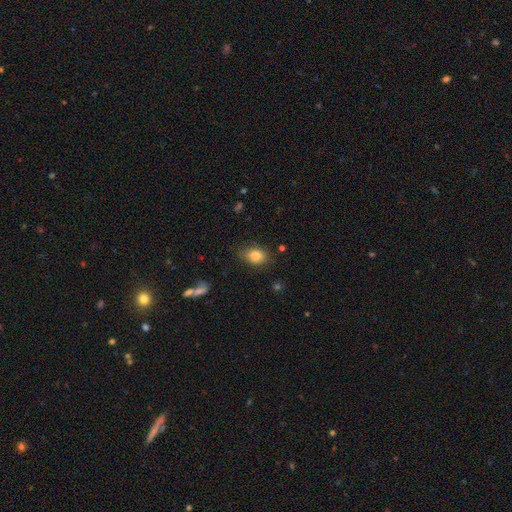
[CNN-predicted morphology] Smooth or featured? Predicted: smooth (p=0.84). How rounded? Predicted: in between (p=0.72). Merging? Predicted: none (p=0.79).